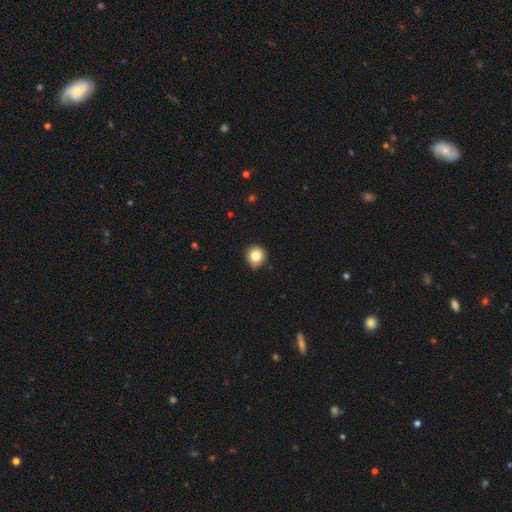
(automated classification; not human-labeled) A smooth galaxy with no disk features (81%) that is round (92%).

Vote fractions:
- Smooth or featured? smooth: 81% / star or artifact: 11% / featured or disk: 8%
- How rounded? round: 92% / in between: 7% / cigar-shaped: 1%
- Merging? none: 79% / minor disturbance: 17% / major disturbance: 3% / merger: 2%